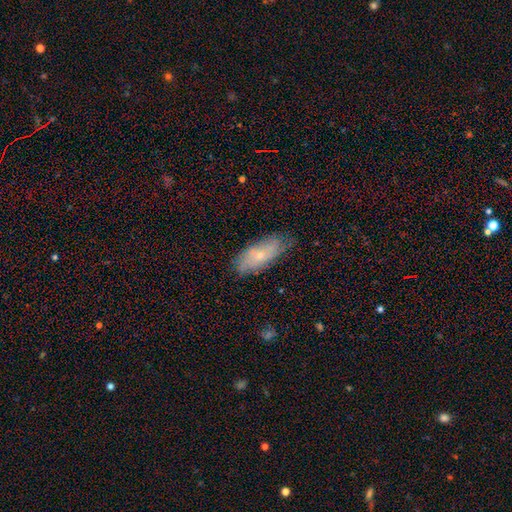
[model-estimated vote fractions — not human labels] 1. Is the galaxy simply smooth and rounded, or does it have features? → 46% smooth, 35% featured or disk, 19% star or artifact.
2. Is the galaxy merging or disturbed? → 80% none, 15% minor disturbance, 3% major disturbance, 1% merger.